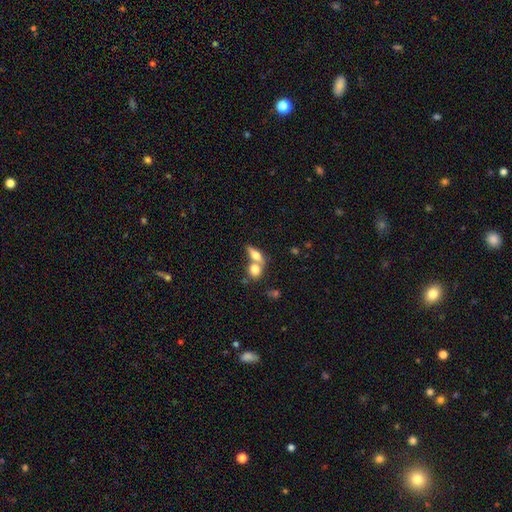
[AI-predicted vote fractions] smooth-or-featured: smooth: 65% | featured or disk: 27% | star or artifact: 8%
  how-rounded: in between: 62% | cigar-shaped: 21% | round: 17%
  merging: merger: 53% | none: 35% | minor disturbance: 8% | major disturbance: 4%